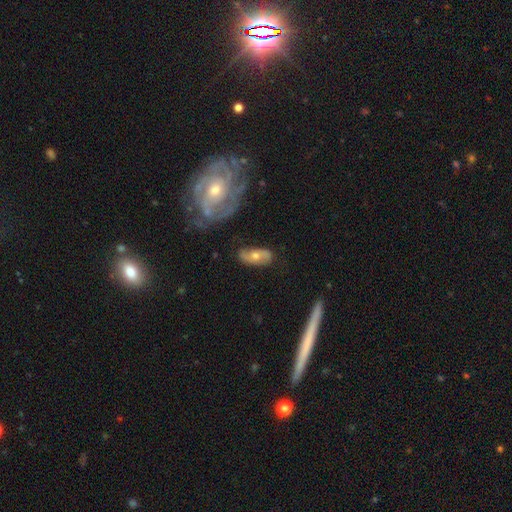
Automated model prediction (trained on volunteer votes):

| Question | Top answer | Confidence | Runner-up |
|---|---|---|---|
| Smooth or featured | featured or disk | 61% | smooth (31%) |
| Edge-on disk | no | 89% | yes (11%) |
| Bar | no | 65% | weak (25%) |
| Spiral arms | yes | 78% | no (22%) |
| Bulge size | moderate | 63% | small (30%) |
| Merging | none | 72% | minor disturbance (18%) |